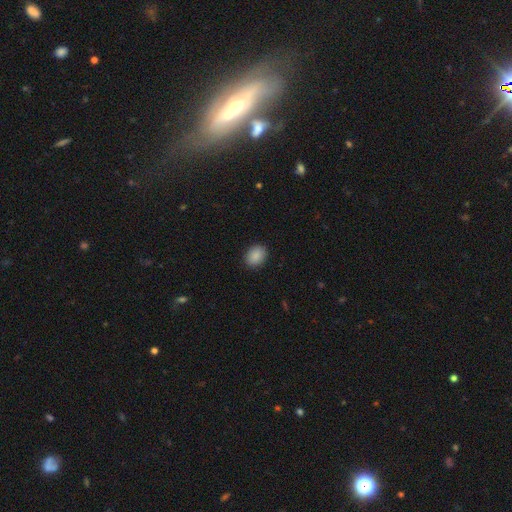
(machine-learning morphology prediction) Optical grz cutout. It shows a smooth galaxy with no disk features (89%) that is in between round and cigar-shaped (60%). Merging: none (90%).